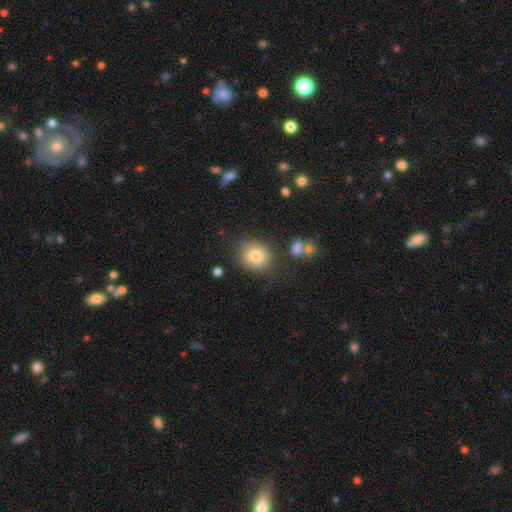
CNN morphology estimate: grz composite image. It shows a smooth galaxy with no disk features (81%) that is round (68%). Merging: none (76%).